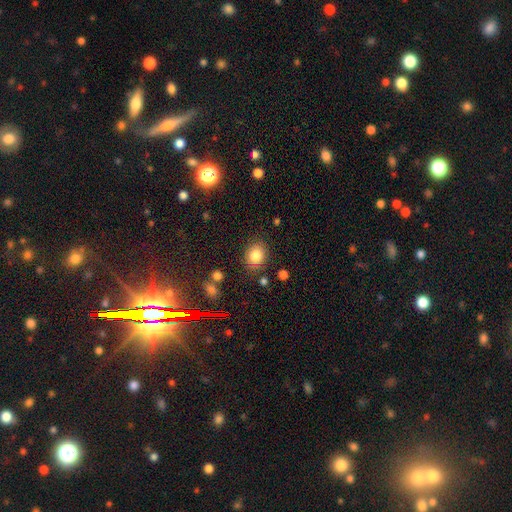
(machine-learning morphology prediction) Smooth or featured?
  - smooth: 82% *
  - star or artifact: 10%
  - featured or disk: 8%
How rounded?
  - round: 57% *
  - in between: 42%
  - cigar-shaped: 1%
Merging?
  - none: 83% *
  - minor disturbance: 11%
  - major disturbance: 3%
  - merger: 3%